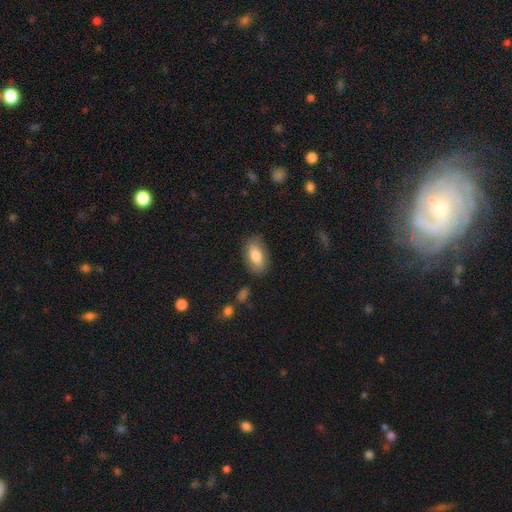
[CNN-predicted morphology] smooth 77%, featured or disk 16%, star or artifact 6%. Down the decision tree: how rounded — in between (92%); merging — none (82%).